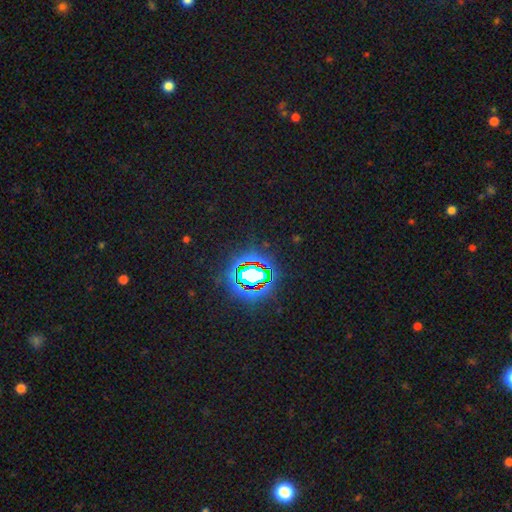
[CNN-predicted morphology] type=star or artifact (84%).